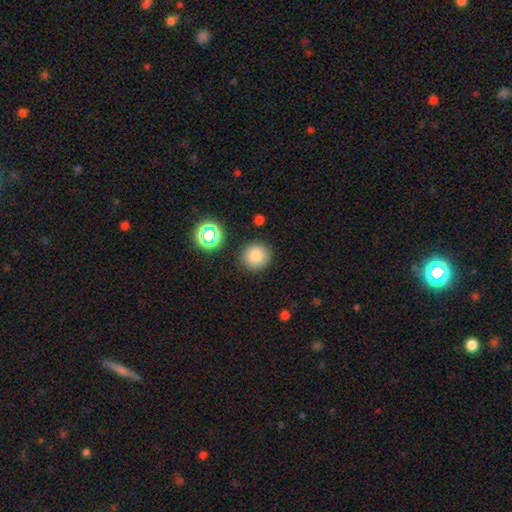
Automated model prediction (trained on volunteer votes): Smooth or featured: smooth — 81% (star or artifact — 13%)
How rounded: round — 93% (in between — 6%)
Merging: none — 88% (minor disturbance — 7%)